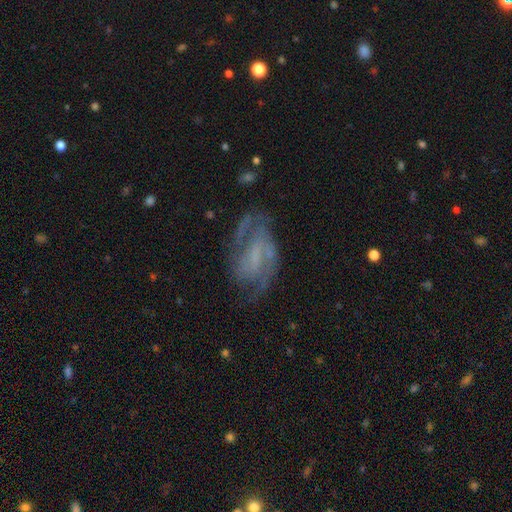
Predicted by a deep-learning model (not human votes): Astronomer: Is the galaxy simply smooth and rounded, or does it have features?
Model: featured or disk — 79%.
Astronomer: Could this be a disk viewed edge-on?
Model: no — 96%.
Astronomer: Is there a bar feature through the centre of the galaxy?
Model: weak — 44% (runner-up: no, 33%).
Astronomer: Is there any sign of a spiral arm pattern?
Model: yes — 91%.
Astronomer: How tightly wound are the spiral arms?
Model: medium — 50% (runner-up: tight, 32%).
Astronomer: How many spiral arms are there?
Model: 2 — 71%.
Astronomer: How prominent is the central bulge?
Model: none — 52% (runner-up: small, 29%).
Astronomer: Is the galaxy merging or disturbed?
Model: none — 65%.